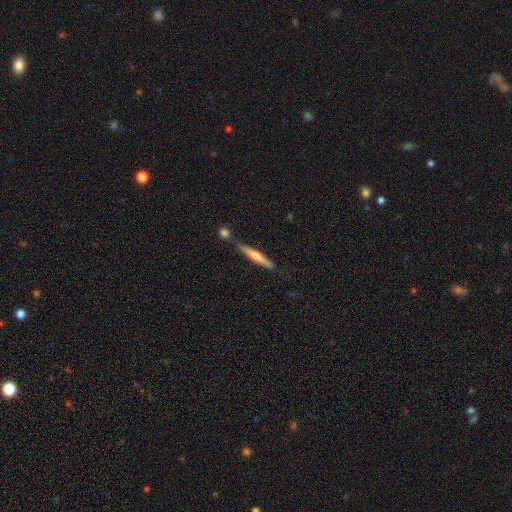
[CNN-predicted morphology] Smooth or featured?
  - featured or disk: 52% *
  - smooth: 42%
  - star or artifact: 6%
Edge-on disk?
  - yes: 96% *
  - no: 4%
Edge-on bulge?
  - rounded: 58% *
  - none: 31%
  - boxy: 12%
Merging?
  - none: 81% *
  - minor disturbance: 10%
  - merger: 7%
  - major disturbance: 2%